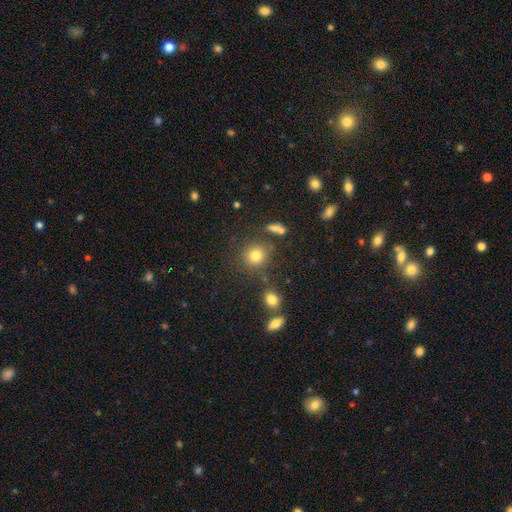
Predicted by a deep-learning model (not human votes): This appears to be a smooth galaxy with no disk features (78%) that is round (85%). Merging: none (76%).